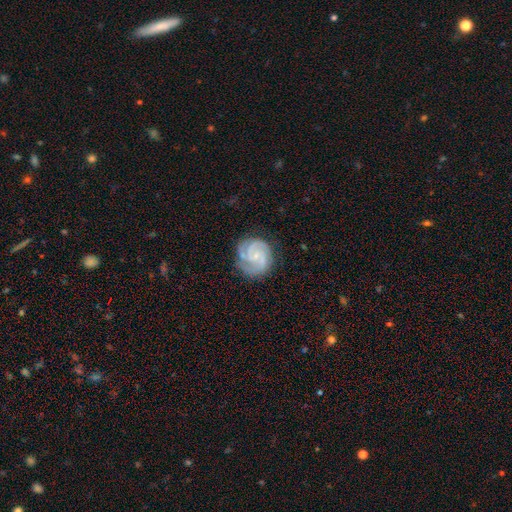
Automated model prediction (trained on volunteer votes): Smooth or featured?
  - featured or disk: 89% *
  - smooth: 6%
  - star or artifact: 5%
Edge-on disk?
  - no: 98% *
  - yes: 2%
Bar?
  - no: 60% *
  - weak: 33%
  - strong: 7%
Spiral arms?
  - yes: 98% *
  - no: 2%
Spiral winding?
  - tight: 56% *
  - medium: 39%
  - loose: 5%
Spiral arm count?
  - 3: 52% *
  - 2: 24%
  - 4: 8%
  - can't tell: 8%
  - 1: 4%
  - more than 4: 4%
Bulge size?
  - small: 75% *
  - moderate: 12%
  - none: 11%
  - large: 1%
  - dominant: 1%
Merging?
  - none: 79% *
  - minor disturbance: 15%
  - major disturbance: 5%
  - merger: 1%